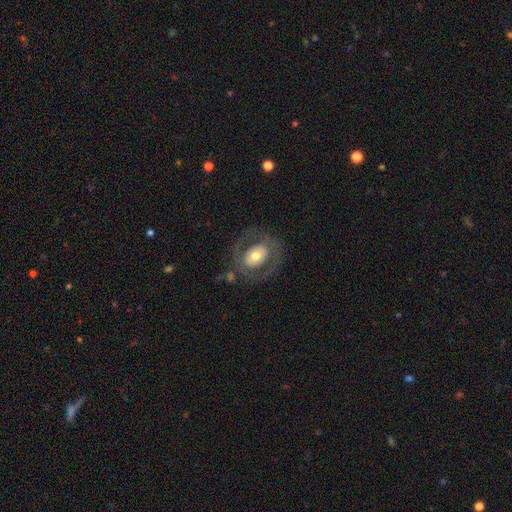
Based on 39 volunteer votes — A featured or disk galaxy (59%) with no bar (57%), no spiral arms (74%) and a moderate central bulge (78%).

Vote fractions:
- Smooth or featured? featured or disk: 59% / smooth: 38% / star or artifact: 3%
- Edge-on disk? no: 100% / yes: 0%
- Bar? no: 57% / weak: 26% / strong: 17%
- Spiral arms? no: 74% / yes: 26%
- Bulge size? moderate: 78% / small: 17% / large: 4% / dominant: 0% / none: 0%
- Merging? none: 71% / major disturbance: 16% / minor disturbance: 13% / merger: 0%